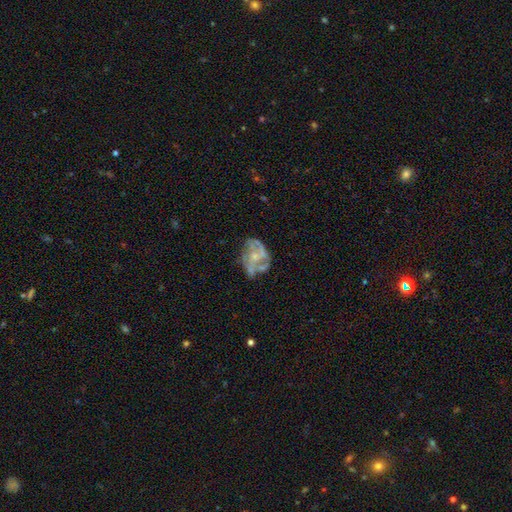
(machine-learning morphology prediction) This appears to be a featured or disk galaxy (75%) with no bar (78%), spiral arms (65%) and a small central bulge (57%). Merging: none (49%).